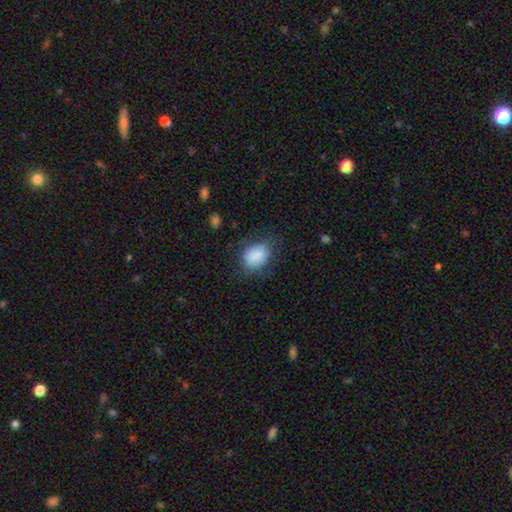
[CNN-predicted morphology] smooth-or-featured: smooth: 84% | featured or disk: 9% | star or artifact: 7%
  how-rounded: in between: 73% | round: 26% | cigar-shaped: 1%
  merging: none: 64% | minor disturbance: 23% | major disturbance: 12% | merger: 2%